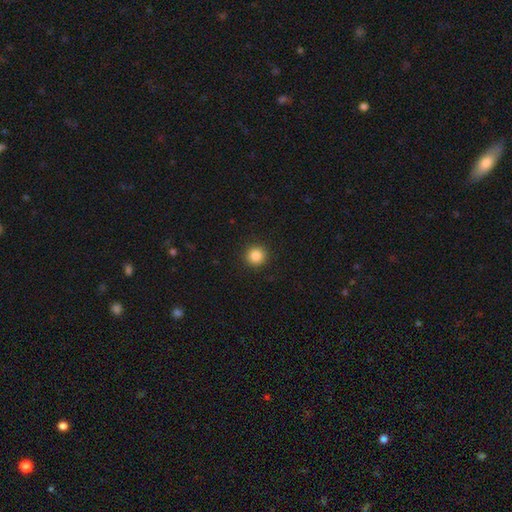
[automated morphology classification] Overall: smooth (86%). How rounded: round (95%). Merging: none (93%).